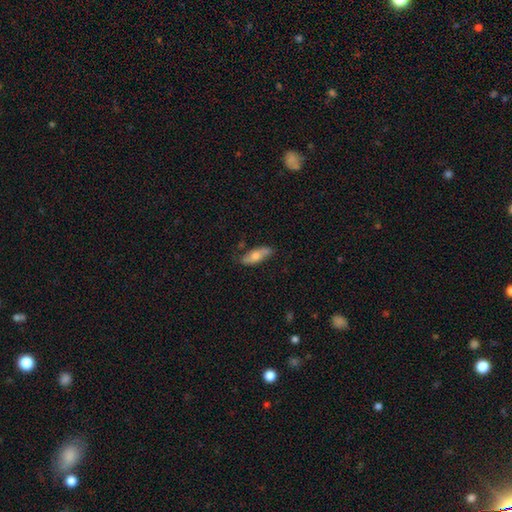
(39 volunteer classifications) A smooth galaxy with no disk features (54%) that is in between round and cigar-shaped (62%). Merging: none (97%).